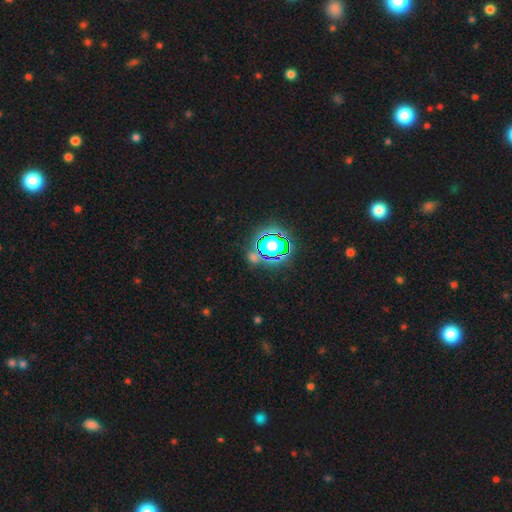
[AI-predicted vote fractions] A star or artifact, not a galaxy (71%).

Vote fractions:
- Smooth or featured? star or artifact: 71% / smooth: 19% / featured or disk: 10%